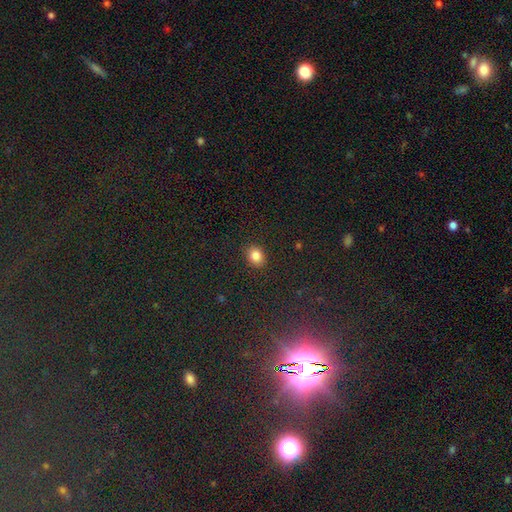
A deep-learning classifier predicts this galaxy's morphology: Overall: smooth (85%). How rounded: in between (62%; round 37%). Merging: none (88%).